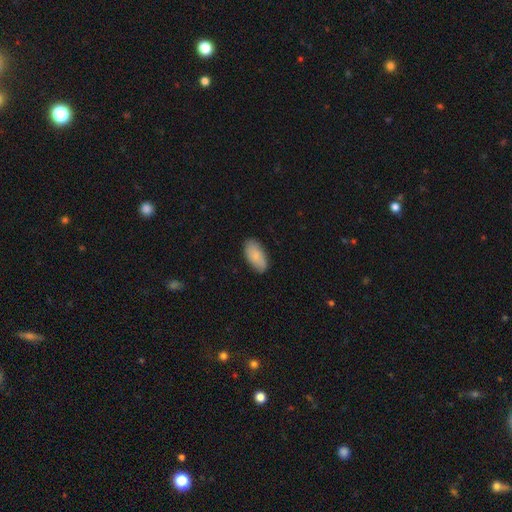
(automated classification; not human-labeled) This is likely a smooth galaxy (80%). How rounded: clearly in between (94%). Merging: clearly none (82%).